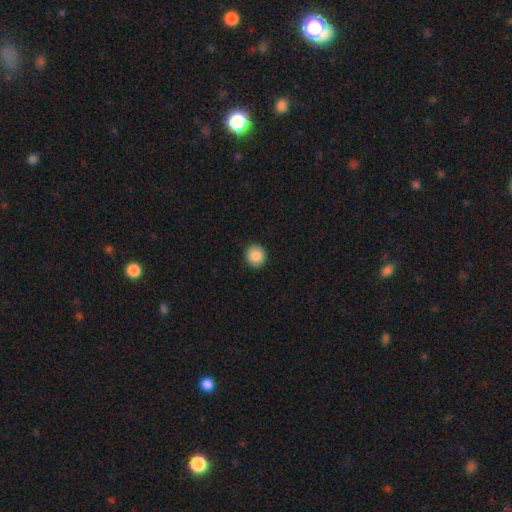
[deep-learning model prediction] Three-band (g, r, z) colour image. It shows a smooth galaxy with no disk features (87%) that is round (88%). Merging: none (92%).